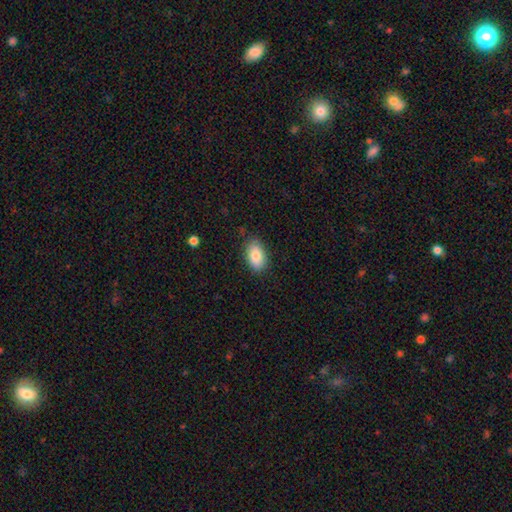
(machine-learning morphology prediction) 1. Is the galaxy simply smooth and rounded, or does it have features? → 83% smooth, 10% featured or disk, 7% star or artifact.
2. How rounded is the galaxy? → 91% in between, 7% round, 2% cigar-shaped.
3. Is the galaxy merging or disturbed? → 85% none, 11% minor disturbance, 2% major disturbance, 1% merger.